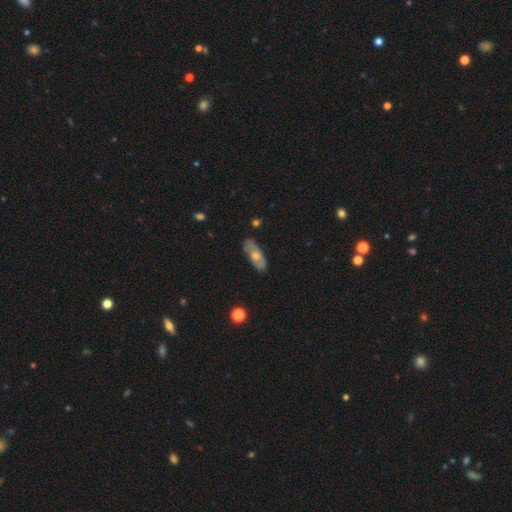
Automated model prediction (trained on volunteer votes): A featured or disk galaxy (51%). Merging: none (83%).